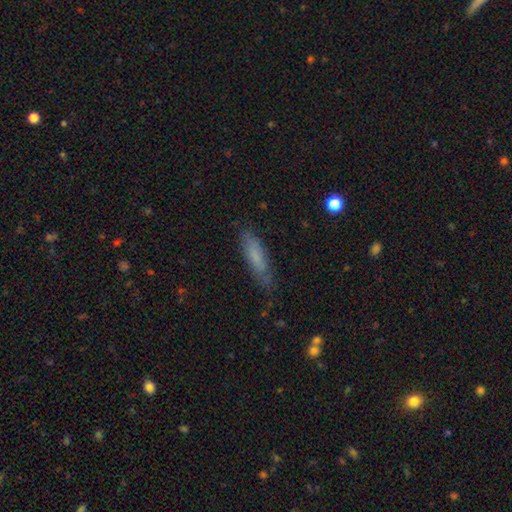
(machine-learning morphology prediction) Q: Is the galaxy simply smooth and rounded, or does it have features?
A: smooth — 69%.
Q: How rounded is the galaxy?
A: cigar-shaped — 69%.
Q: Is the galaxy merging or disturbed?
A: none — 75%.